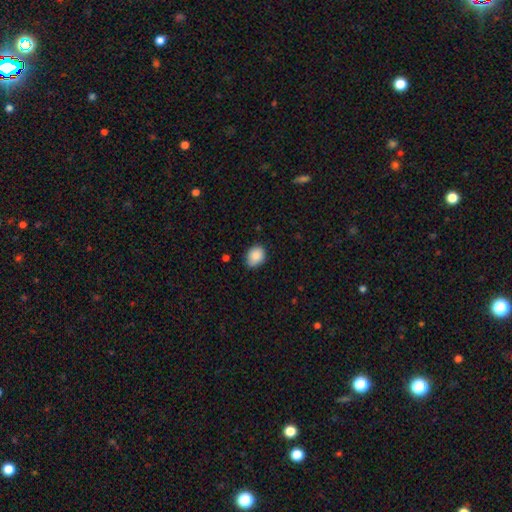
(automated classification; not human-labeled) smooth 88%, star or artifact 8%, featured or disk 4%. Down the decision tree: how rounded — in between (55%); merging — none (75%).